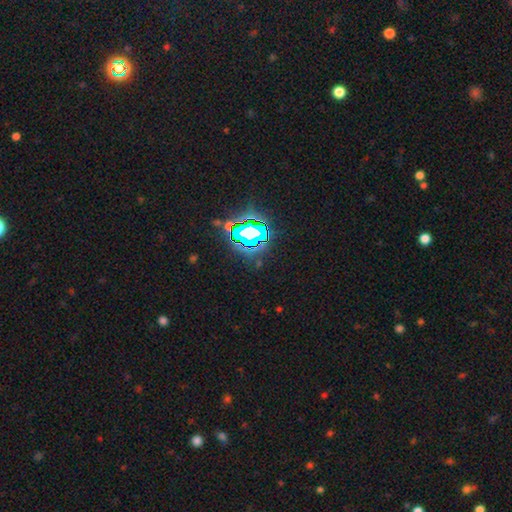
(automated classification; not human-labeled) Q: Smooth or featured?
A: star or artifact (83%); runner-up: smooth (10%)